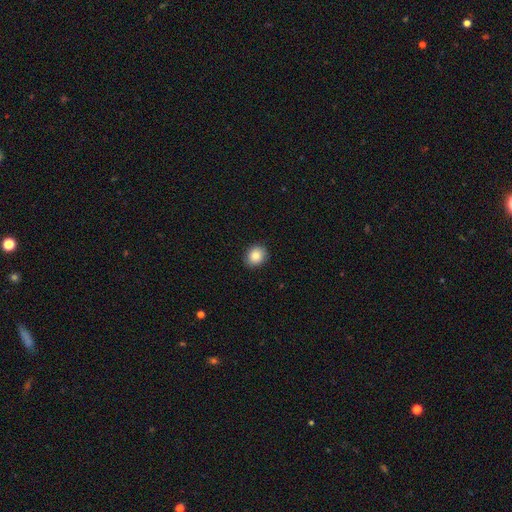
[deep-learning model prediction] A smooth galaxy with no disk features (86%) that is round (64%). Merging: none (90%).